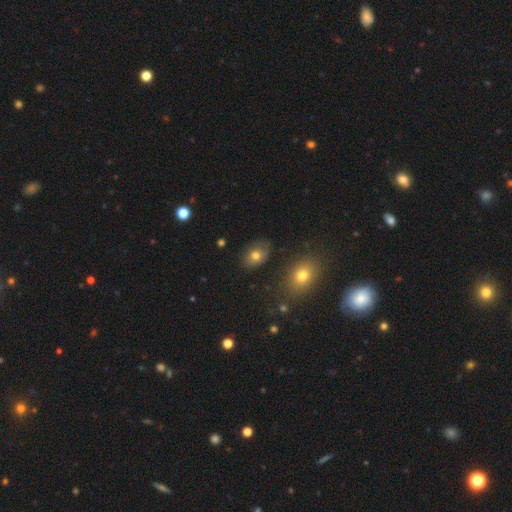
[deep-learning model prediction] Q: Smooth or featured?
A: smooth (72%); runner-up: featured or disk (17%)
Q: How rounded?
A: in between (79%); runner-up: round (19%)
Q: Merging?
A: none (78%); runner-up: minor disturbance (15%)